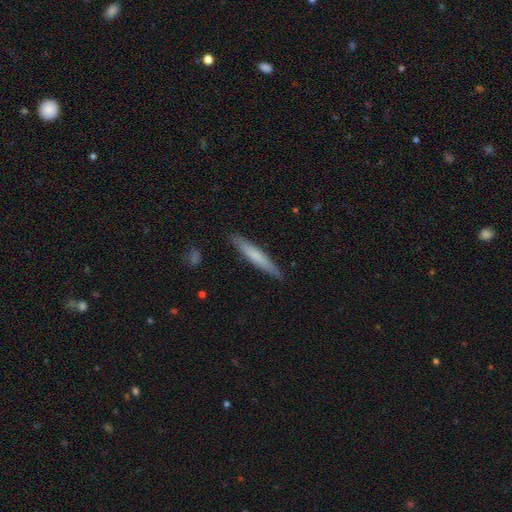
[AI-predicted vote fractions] Smooth or featured: smooth — 65% (featured or disk — 29%)
How rounded: cigar-shaped — 95% (in between — 4%)
Merging: none — 89% (minor disturbance — 8%)